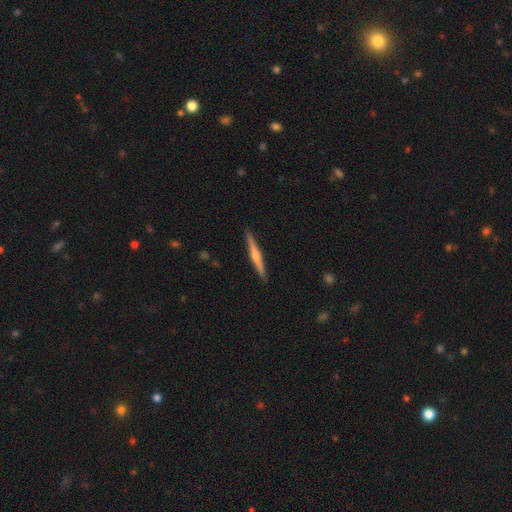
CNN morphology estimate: Overall: featured or disk (69%). Edge-on disk: yes (98%). Edge-on bulge: rounded (83%). Merging: none (92%).